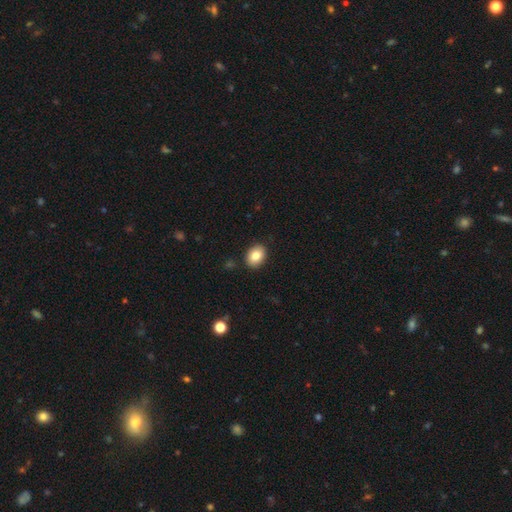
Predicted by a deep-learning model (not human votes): The model was most divided on "how rounded": in between: 69%, round: 30%, cigar-shaped: 1%. More confident: merging — none (89%); smooth or featured — smooth (84%).